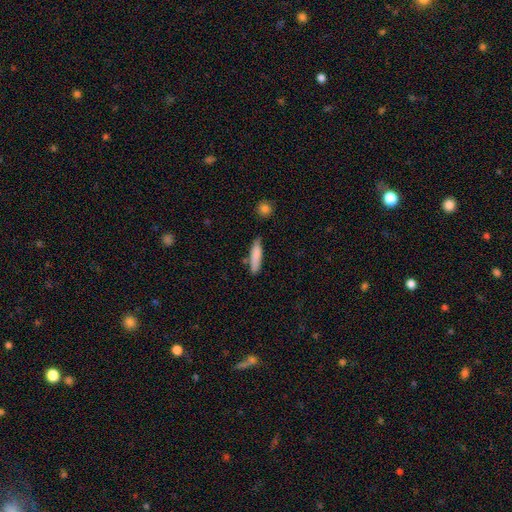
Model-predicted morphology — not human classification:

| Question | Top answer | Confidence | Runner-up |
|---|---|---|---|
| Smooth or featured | smooth | 81% | featured or disk (12%) |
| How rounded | cigar-shaped | 80% | in between (19%) |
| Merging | none | 76% | minor disturbance (16%) |